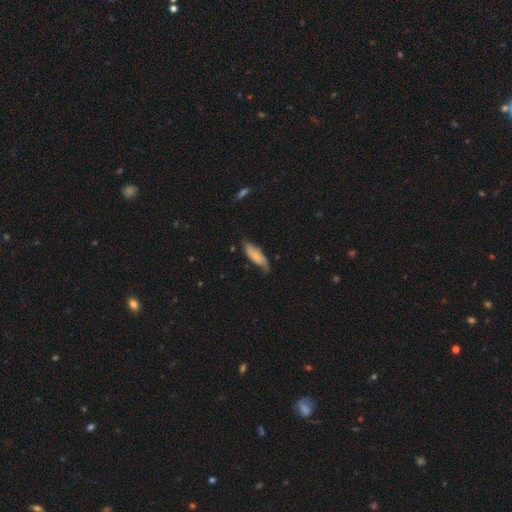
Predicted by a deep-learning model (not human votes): smooth_or_featured: smooth (p=0.68) [alt: featured or disk p=0.25]
how_rounded: in between (p=0.56) [alt: cigar-shaped p=0.42]
merging: none (p=0.59) [alt: minor disturbance p=0.32]